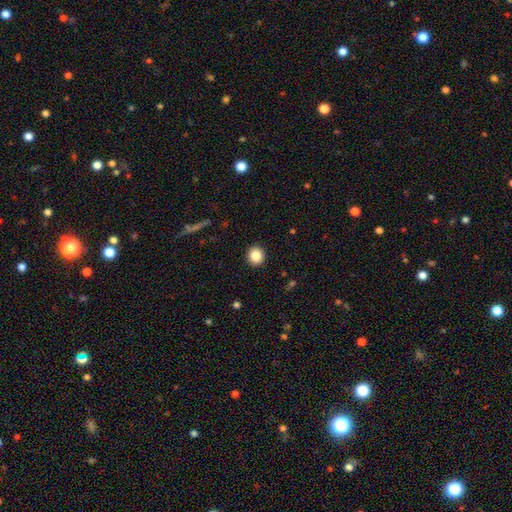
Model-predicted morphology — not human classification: smooth 85%, star or artifact 10%, featured or disk 6%. Down the decision tree: how rounded — round (86%); merging — none (92%).